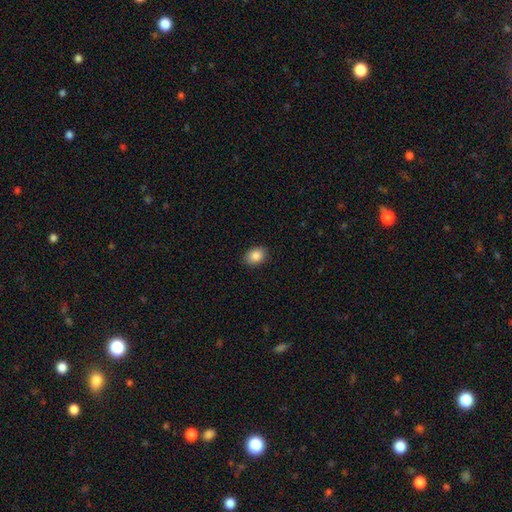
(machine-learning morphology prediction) The model was most divided on "how rounded": in between: 72%, round: 27%, cigar-shaped: 1%. More confident: merging — none (88%); smooth or featured — smooth (87%).